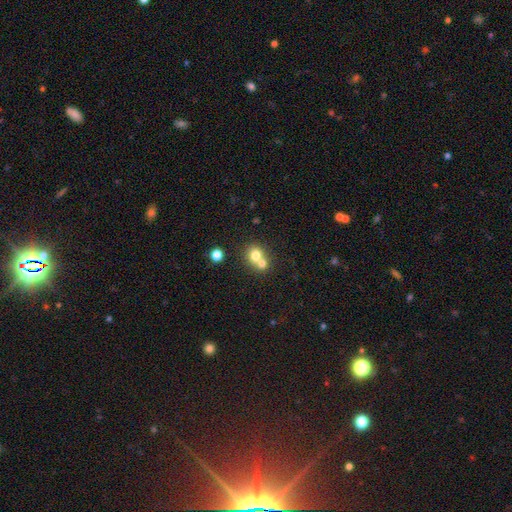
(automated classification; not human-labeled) Smooth or featured? Predicted: smooth (p=0.73). How rounded? Predicted: round (p=0.79). Merging? Predicted: merger (p=0.56).